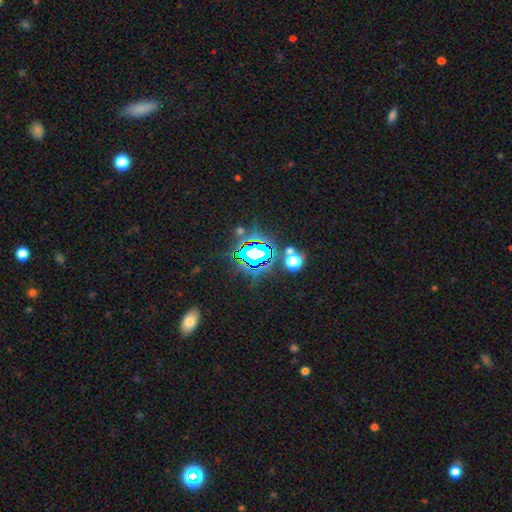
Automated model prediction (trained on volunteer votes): Smooth or featured?
  - star or artifact: 73% *
  - smooth: 16%
  - featured or disk: 11%